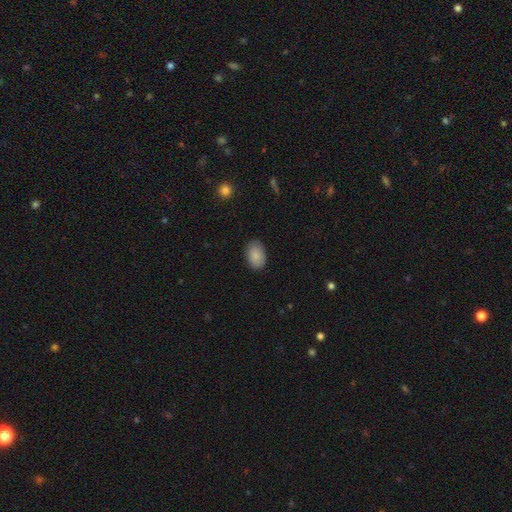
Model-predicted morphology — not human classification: Smooth or featured?
  - smooth: 87% *
  - star or artifact: 7%
  - featured or disk: 6%
How rounded?
  - in between: 88% *
  - round: 11%
  - cigar-shaped: 1%
Merging?
  - none: 85% *
  - minor disturbance: 12%
  - major disturbance: 2%
  - merger: 1%